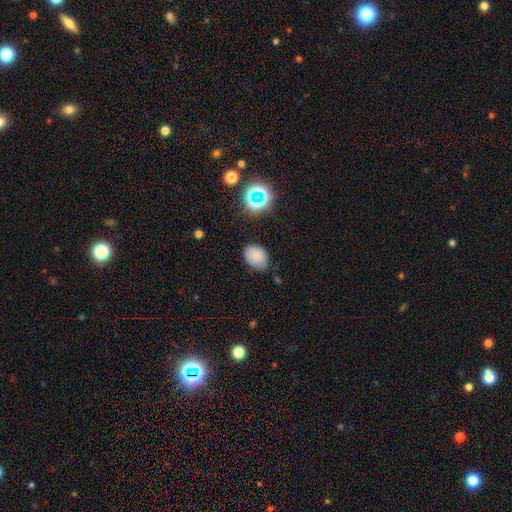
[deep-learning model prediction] A smooth galaxy with no disk features (76%) that is in between round and cigar-shaped (73%).

Vote fractions:
- Smooth or featured? smooth: 76% / star or artifact: 14% / featured or disk: 10%
- How rounded? in between: 73% / round: 26% / cigar-shaped: 1%
- Merging? none: 73% / minor disturbance: 21% / major disturbance: 4% / merger: 2%